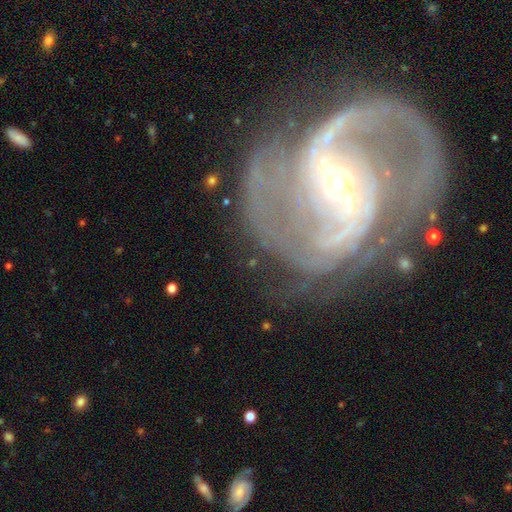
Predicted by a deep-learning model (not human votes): featured or disk 90%, star or artifact 7%, smooth 4%. Down the decision tree: edge-on disk — no (97%); bar — strong (46%); spiral arms — yes (96%); spiral arm count — 2 (69%); spiral winding — medium (47%); bulge size — small (69%); merging — none (59%).